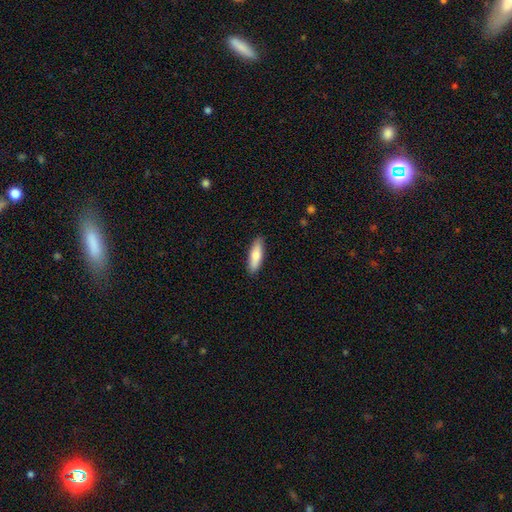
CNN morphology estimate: The model was most divided on "how rounded": cigar-shaped: 55%, in between: 43%, round: 2%. More confident: merging — none (88%); smooth or featured — smooth (77%).